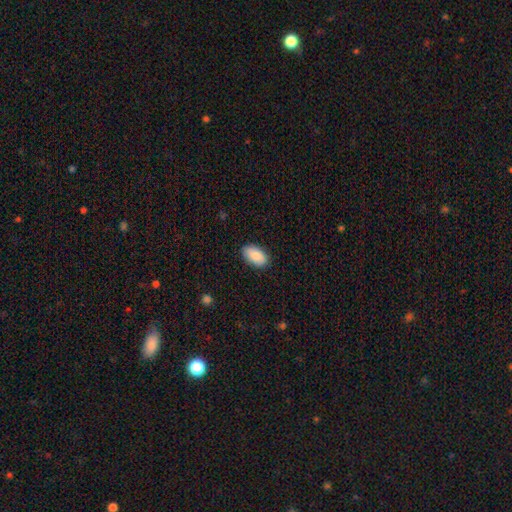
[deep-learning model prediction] This is clearly a smooth galaxy (87%). How rounded: clearly in between (94%). Merging: clearly none (87%).